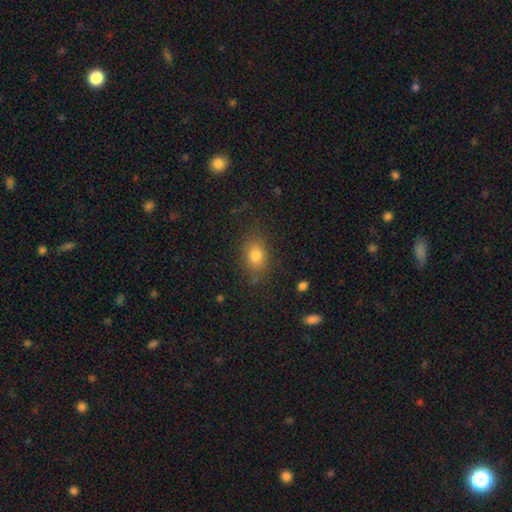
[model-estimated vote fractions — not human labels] Smooth or featured? smooth (79%)
How rounded? in between (67%)
Merging? none (80%)